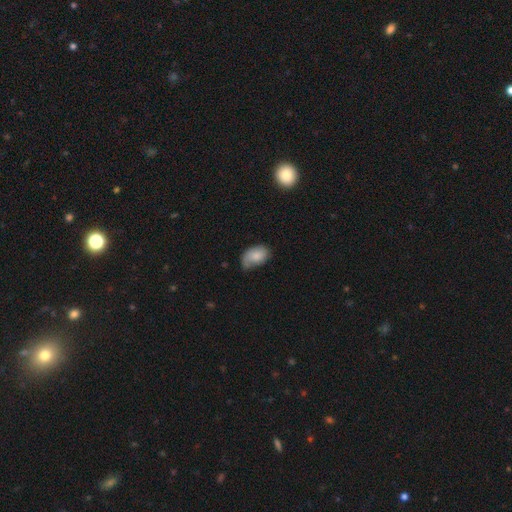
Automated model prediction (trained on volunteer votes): This appears to be a smooth galaxy with no disk features (78%) that is in between round and cigar-shaped (88%). Merging: none (45%).